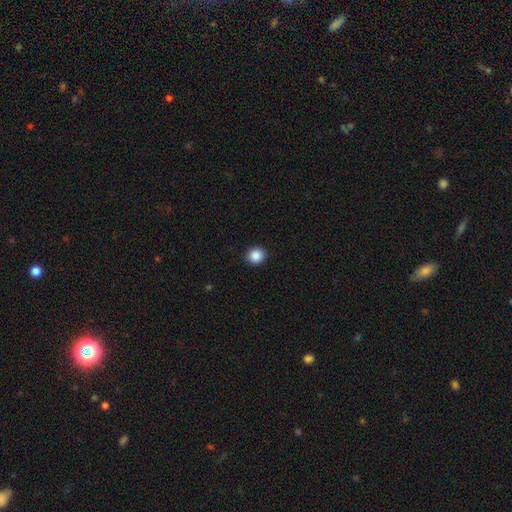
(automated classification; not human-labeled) A smooth galaxy with no disk features (88%) that is round (86%).

Vote fractions:
- Smooth or featured? smooth: 88% / star or artifact: 9% / featured or disk: 3%
- How rounded? round: 86% / in between: 13% / cigar-shaped: 1%
- Merging? none: 91% / minor disturbance: 6% / major disturbance: 2% / merger: 1%